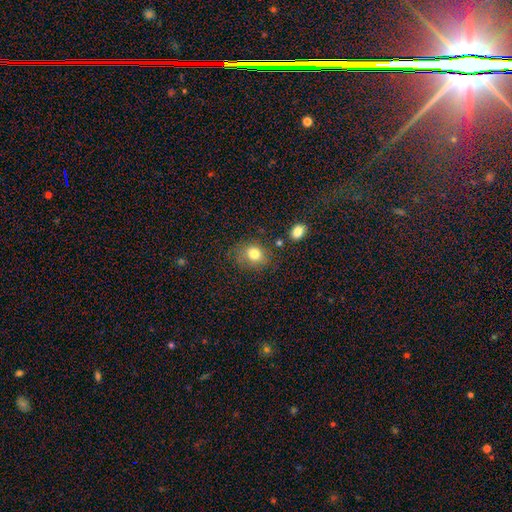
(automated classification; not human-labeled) Smooth or featured? Predicted: smooth (p=0.80). How rounded? Predicted: round (p=0.57). Merging? Predicted: none (p=0.69).